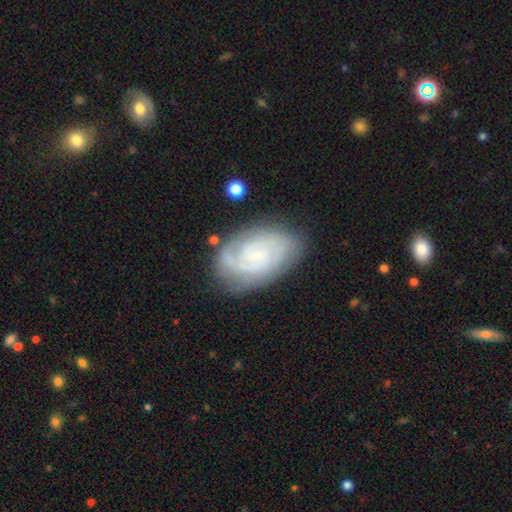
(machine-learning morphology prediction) Overall: featured or disk (80%). Edge-on disk: no (97%). Bar: no (60%; weak 34%). Spiral arms: yes (95%). Spiral arm count: 2 (44%; can't tell 25%). Spiral winding: tight (64%; medium 30%). Bulge size: small (73%). Merging: none (74%).